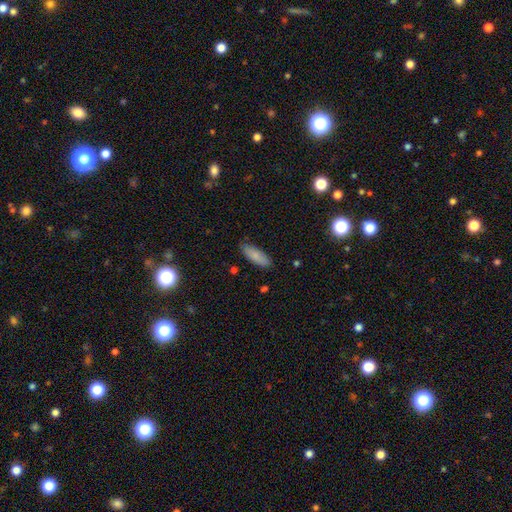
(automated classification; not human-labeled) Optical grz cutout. It shows a smooth galaxy with no disk features (84%) that is in between round and cigar-shaped (66%). Merging: none (82%).